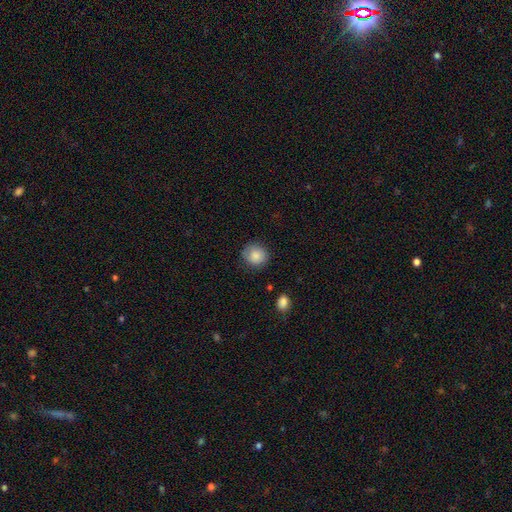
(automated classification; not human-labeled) A smooth galaxy with no disk features (85%) that is round (87%). Merging: none (83%).